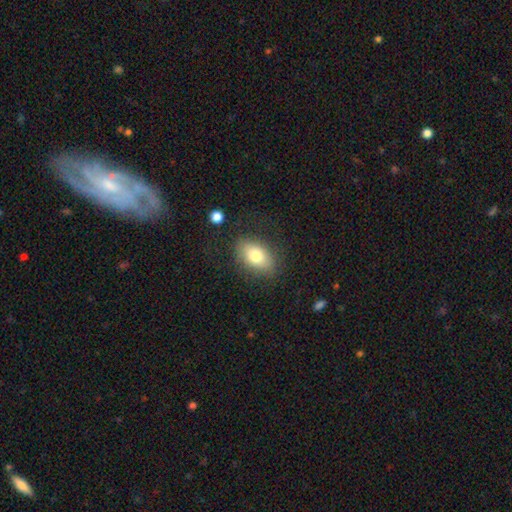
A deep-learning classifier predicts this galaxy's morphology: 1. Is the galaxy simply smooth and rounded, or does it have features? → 76% smooth, 16% featured or disk, 8% star or artifact.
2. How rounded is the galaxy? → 86% in between, 12% round, 2% cigar-shaped.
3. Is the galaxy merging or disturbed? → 79% none, 14% minor disturbance, 6% major disturbance, 2% merger.